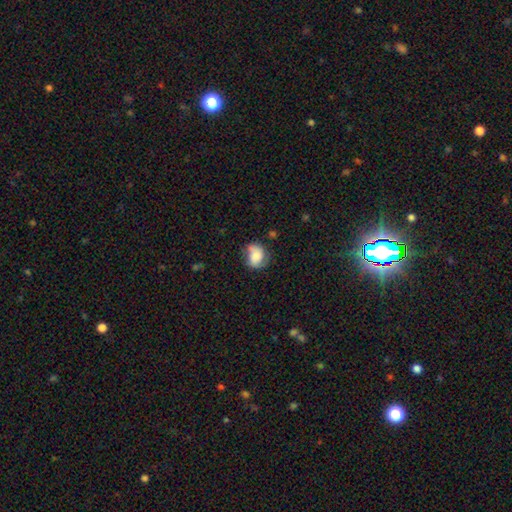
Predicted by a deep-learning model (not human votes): Smooth or featured? smooth (62%)
How rounded? in between (54%)
Merging? none (51%)